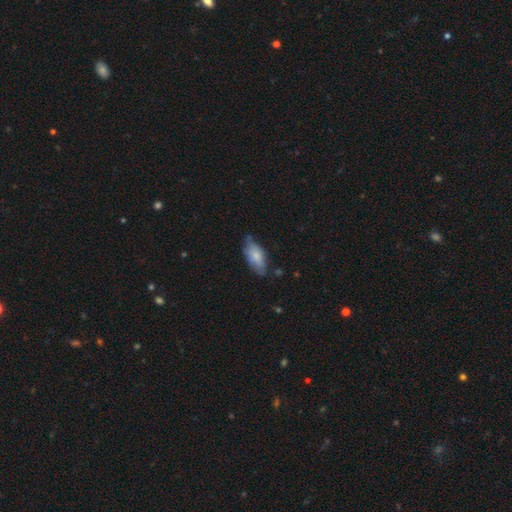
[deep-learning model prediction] Q: Smooth or featured?
A: smooth (72%); runner-up: featured or disk (22%)
Q: How rounded?
A: in between (86%); runner-up: cigar-shaped (12%)
Q: Merging?
A: none (55%); runner-up: minor disturbance (34%)